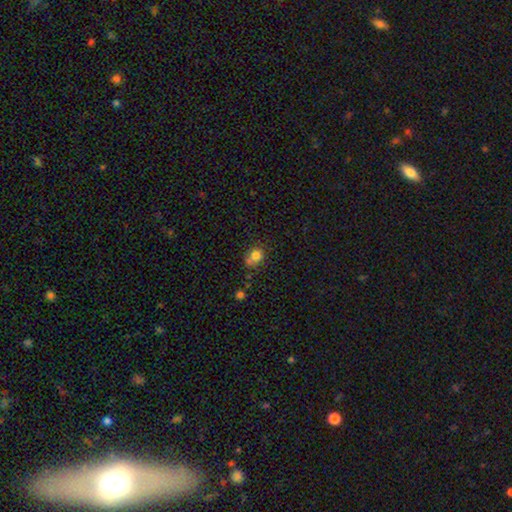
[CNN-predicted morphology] smooth 79%, star or artifact 12%, featured or disk 9%. Down the decision tree: how rounded — round (66%); merging — none (52%).